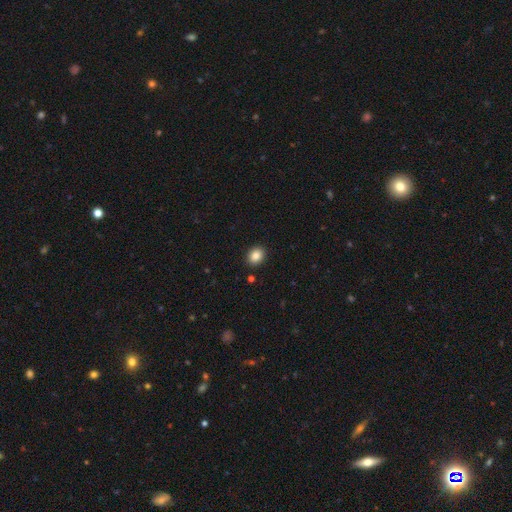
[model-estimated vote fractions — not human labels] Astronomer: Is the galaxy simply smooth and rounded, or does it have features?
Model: smooth — 86%.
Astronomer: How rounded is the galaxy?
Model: round — 60% (runner-up: in between, 39%).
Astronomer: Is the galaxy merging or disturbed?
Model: none — 91%.